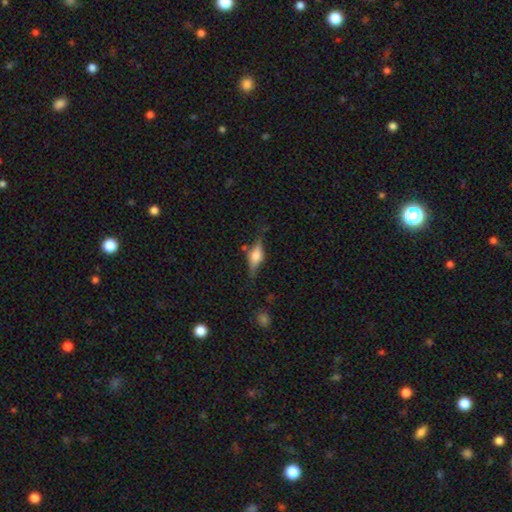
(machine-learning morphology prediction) Smooth or featured?
  - featured or disk: 61% *
  - smooth: 31%
  - star or artifact: 9%
Edge-on disk?
  - yes: 95% *
  - no: 5%
Edge-on bulge?
  - rounded: 86% *
  - boxy: 12%
  - none: 2%
Merging?
  - none: 74% *
  - minor disturbance: 17%
  - major disturbance: 5%
  - merger: 3%